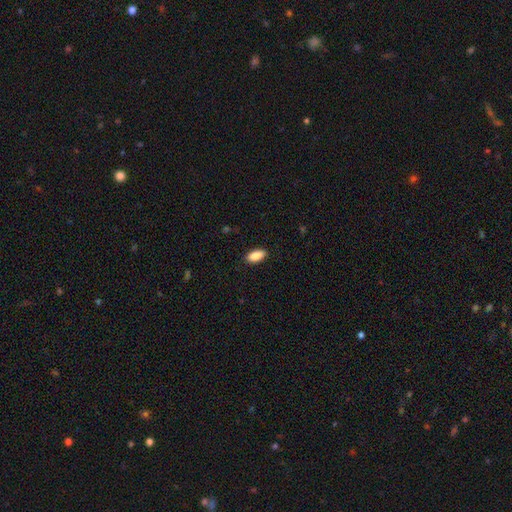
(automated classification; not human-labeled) This is clearly a smooth galaxy (90%). How rounded: clearly in between (90%). Merging: clearly none (88%).